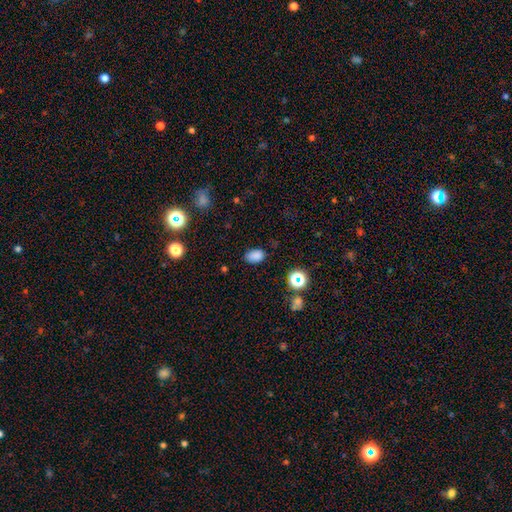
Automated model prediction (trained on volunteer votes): Overall: smooth (81%). How rounded: in between (85%). Merging: none (82%).